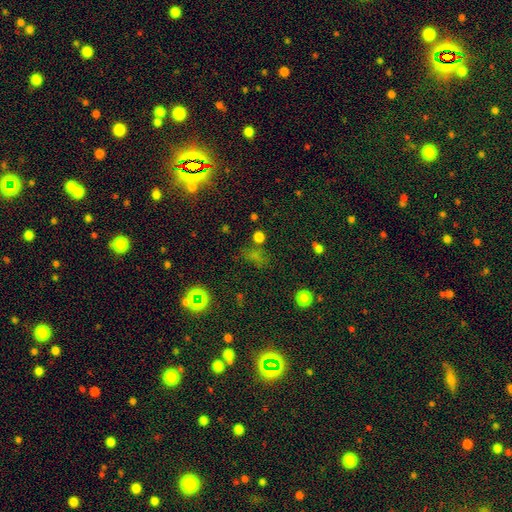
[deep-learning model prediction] The model was most divided on "smooth or featured": smooth: 48%, star or artifact: 43%, featured or disk: 9%. More confident: merging — none (62%).